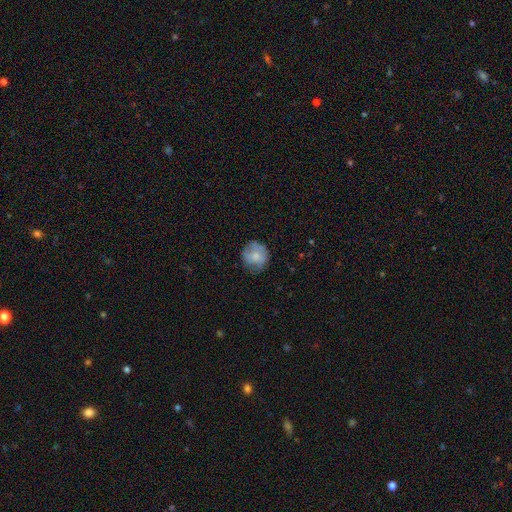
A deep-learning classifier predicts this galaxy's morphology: Q: Smooth or featured?
A: smooth (69%); runner-up: featured or disk (23%)
Q: How rounded?
A: round (87%); runner-up: in between (12%)
Q: Merging?
A: none (69%); runner-up: minor disturbance (22%)